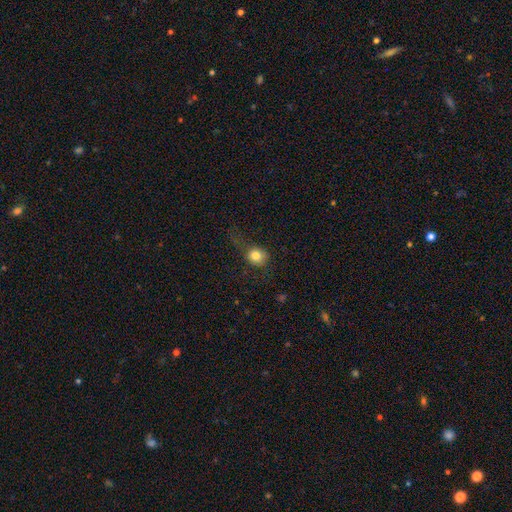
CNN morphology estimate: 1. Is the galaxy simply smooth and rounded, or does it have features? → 80% smooth, 11% star or artifact, 9% featured or disk.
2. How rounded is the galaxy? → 81% round, 18% in between, 1% cigar-shaped.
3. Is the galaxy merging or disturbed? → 56% none, 23% minor disturbance, 19% major disturbance, 2% merger.